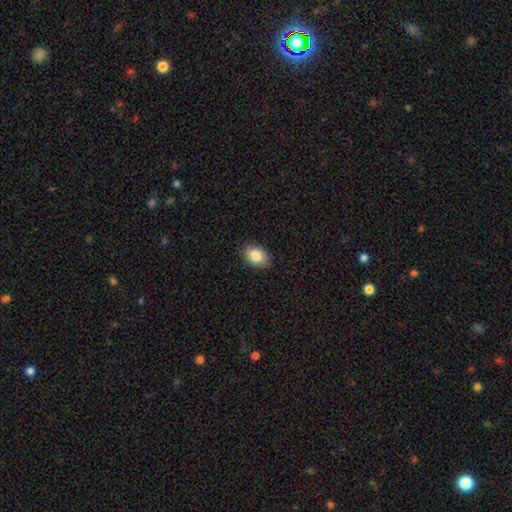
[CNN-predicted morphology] Smooth or featured? smooth (85%)
How rounded? in between (77%)
Merging? none (87%)